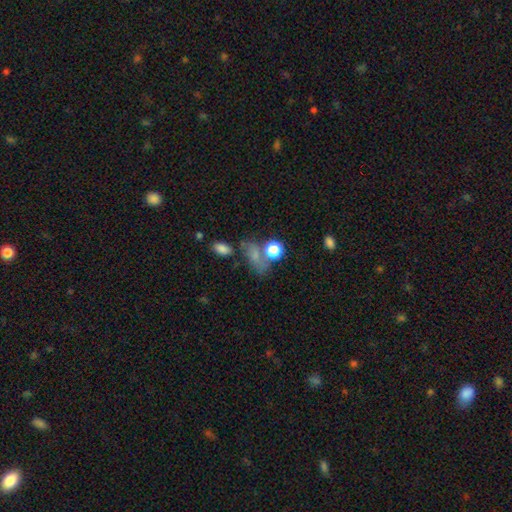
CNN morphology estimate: Smooth or featured: smooth — 59% (star or artifact — 24%)
How rounded: in between — 60% (round — 34%)
Merging: none — 44% (merger — 21%)